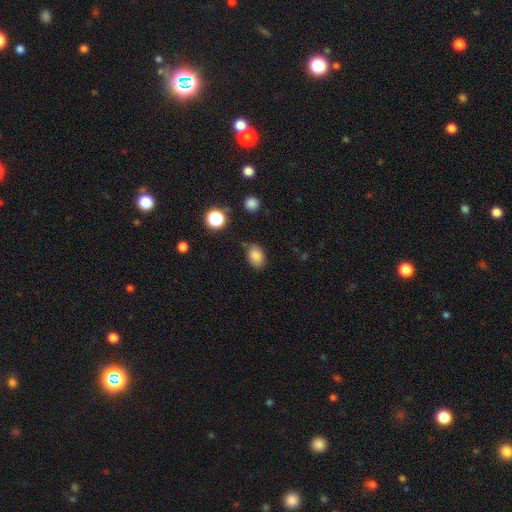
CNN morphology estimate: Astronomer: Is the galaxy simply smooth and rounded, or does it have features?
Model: smooth — 83%.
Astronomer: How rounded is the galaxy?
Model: in between — 79%.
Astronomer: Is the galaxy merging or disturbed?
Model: none — 73%.